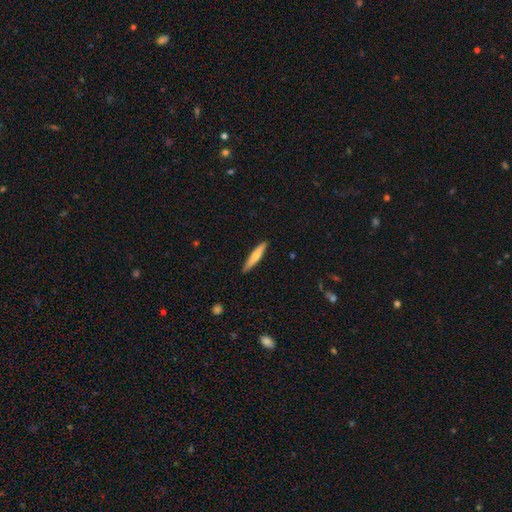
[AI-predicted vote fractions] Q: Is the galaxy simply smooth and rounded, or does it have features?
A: smooth — 59%.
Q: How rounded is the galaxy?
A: cigar-shaped — 90%.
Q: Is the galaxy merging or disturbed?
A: none — 90%.